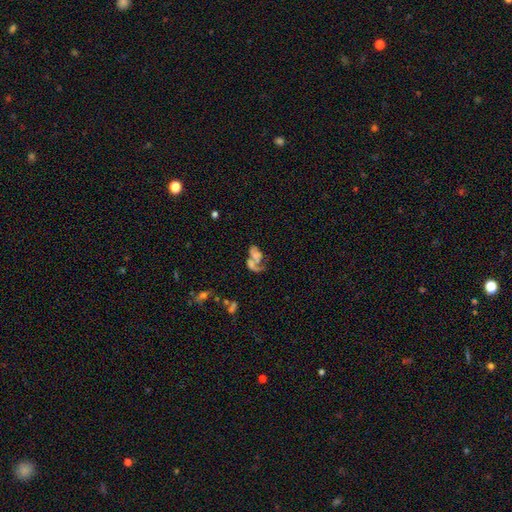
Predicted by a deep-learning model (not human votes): A featured or disk galaxy (46%). Merging: merger (52%).